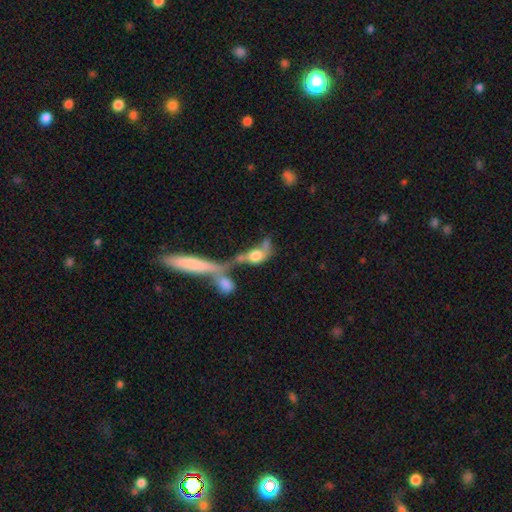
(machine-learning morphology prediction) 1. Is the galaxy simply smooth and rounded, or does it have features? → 47% smooth, 42% featured or disk, 10% star or artifact.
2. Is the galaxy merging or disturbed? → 63% merger, 15% major disturbance, 14% none, 8% minor disturbance.